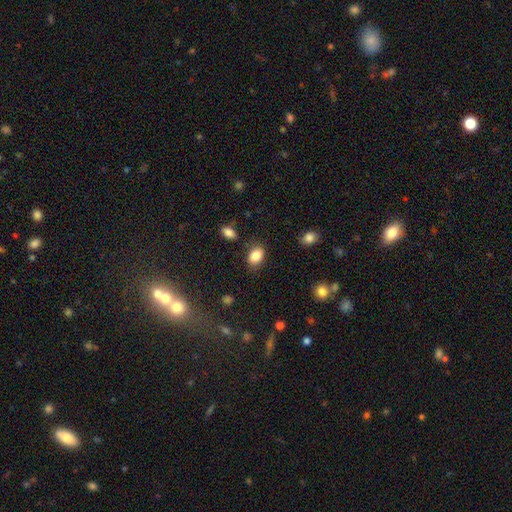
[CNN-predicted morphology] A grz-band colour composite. It shows a smooth galaxy with no disk features (86%) that is in between round and cigar-shaped (81%). Merging: none (76%).